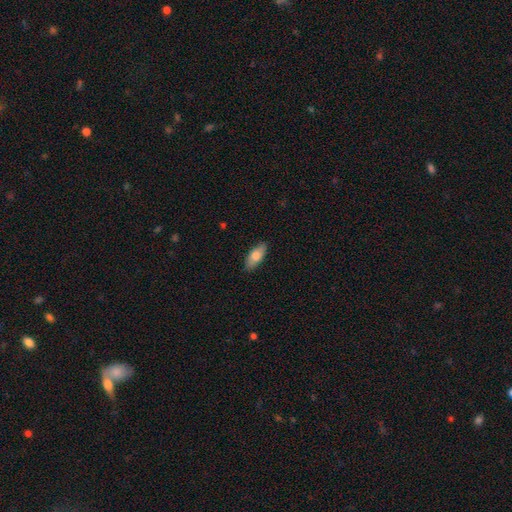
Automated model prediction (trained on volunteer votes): A smooth galaxy with no disk features (77%) that is in between round and cigar-shaped (83%).

Vote fractions:
- Smooth or featured? smooth: 77% / featured or disk: 17% / star or artifact: 6%
- How rounded? in between: 83% / cigar-shaped: 14% / round: 2%
- Merging? none: 87% / minor disturbance: 10% / major disturbance: 2% / merger: 1%